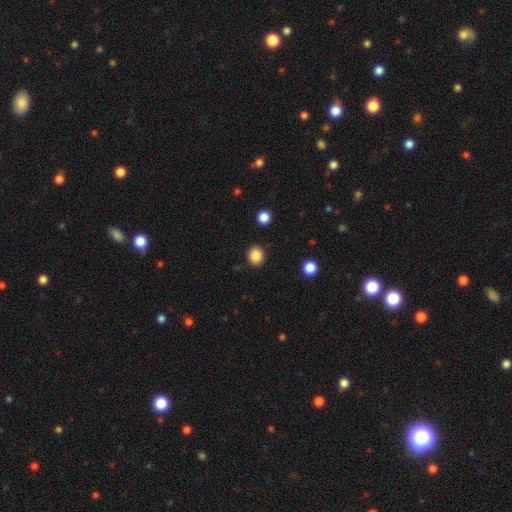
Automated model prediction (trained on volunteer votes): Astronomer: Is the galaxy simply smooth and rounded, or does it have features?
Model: smooth — 86%.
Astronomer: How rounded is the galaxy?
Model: round — 66%.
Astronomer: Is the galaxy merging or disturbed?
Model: none — 88%.